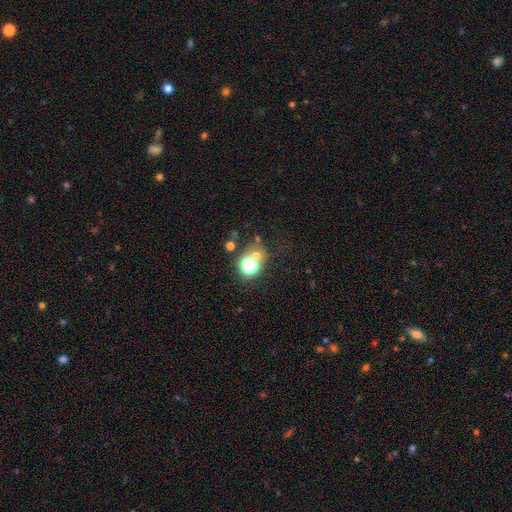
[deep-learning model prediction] smooth 54%, star or artifact 34%, featured or disk 12%. Down the decision tree: how rounded — round (79%); merging — none (56%).